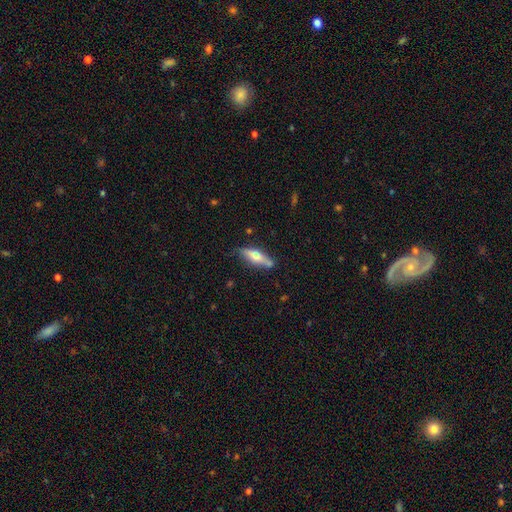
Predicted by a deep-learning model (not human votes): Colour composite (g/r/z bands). It shows a smooth galaxy with no disk features (52%) that is cigar-shaped (57%). Merging: none (72%).